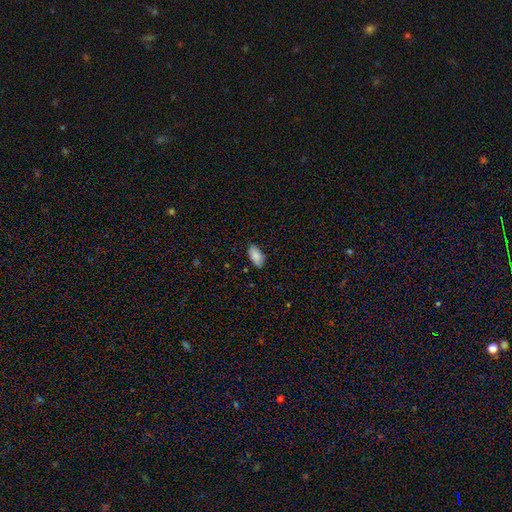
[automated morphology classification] This is clearly a smooth galaxy (87%). How rounded: clearly in between (93%). Merging: clearly none (81%).